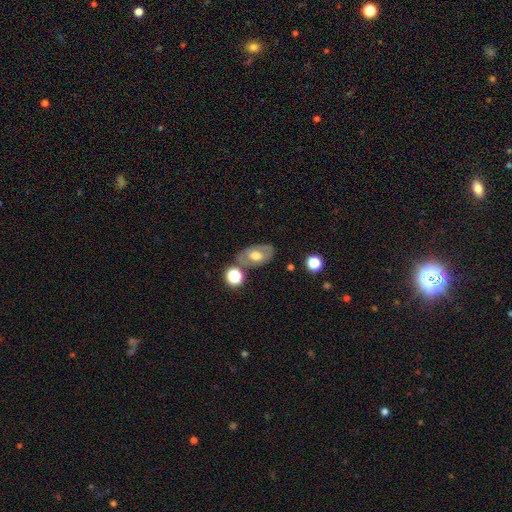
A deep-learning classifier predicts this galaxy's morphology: This appears to be a smooth galaxy with no disk features (46%). Merging: none (69%).